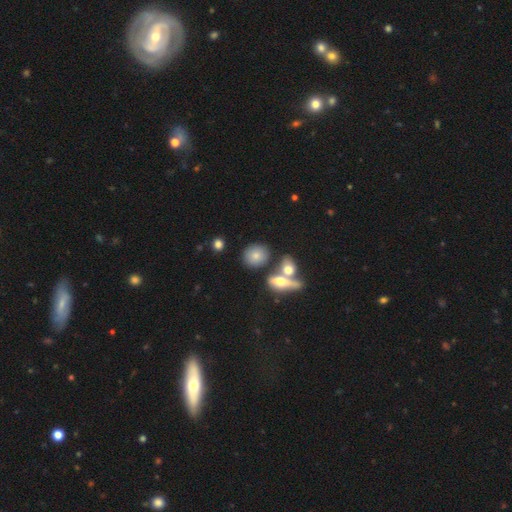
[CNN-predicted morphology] Q: Smooth or featured?
A: smooth (74%); runner-up: featured or disk (16%)
Q: How rounded?
A: round (69%); runner-up: in between (28%)
Q: Merging?
A: none (64%); runner-up: merger (21%)